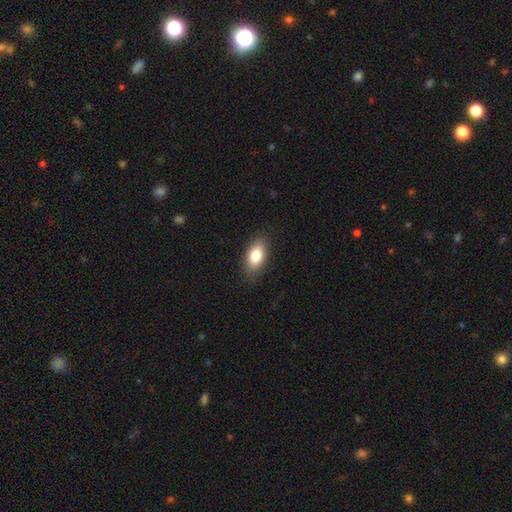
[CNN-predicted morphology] smooth-or-featured: smooth: 82% | featured or disk: 10% | star or artifact: 7%
  how-rounded: in between: 90% | cigar-shaped: 5% | round: 5%
  merging: none: 86% | minor disturbance: 11% | major disturbance: 3% | merger: 1%